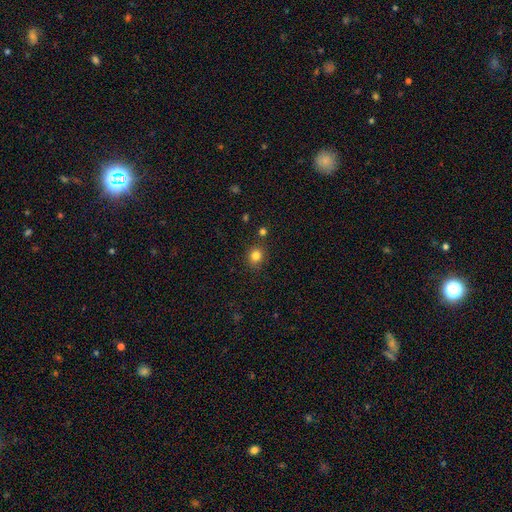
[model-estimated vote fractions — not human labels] Q: Smooth or featured?
A: smooth (82%); runner-up: star or artifact (13%)
Q: How rounded?
A: round (82%); runner-up: in between (18%)
Q: Merging?
A: none (84%); runner-up: minor disturbance (9%)